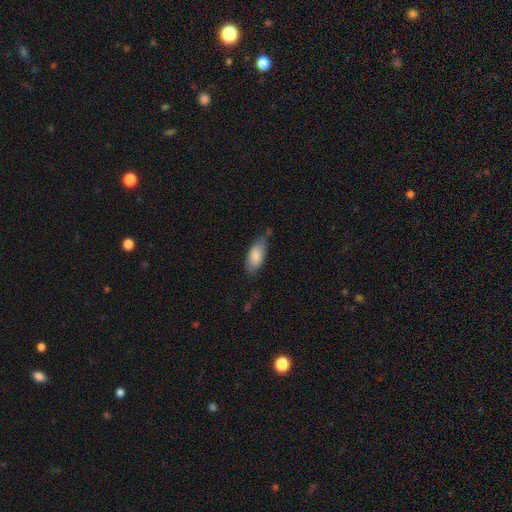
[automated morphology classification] type=smooth (80%); roundness=in between (86%); merging=none (62%).